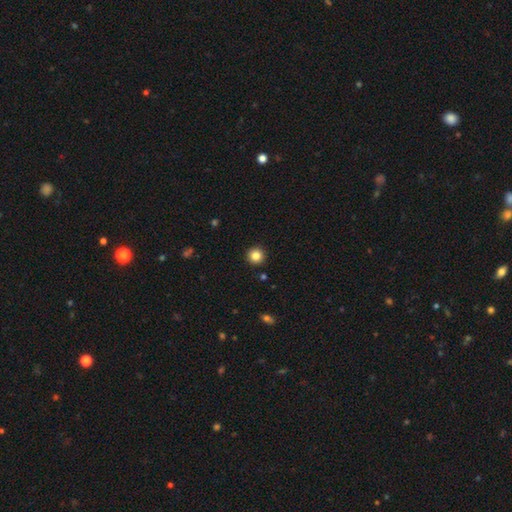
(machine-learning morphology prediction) A smooth galaxy with no disk features (83%) that is round (96%).

Vote fractions:
- Smooth or featured? smooth: 83% / star or artifact: 11% / featured or disk: 5%
- How rounded? round: 96% / in between: 3% / cigar-shaped: 1%
- Merging? none: 93% / minor disturbance: 4% / major disturbance: 1% / merger: 1%